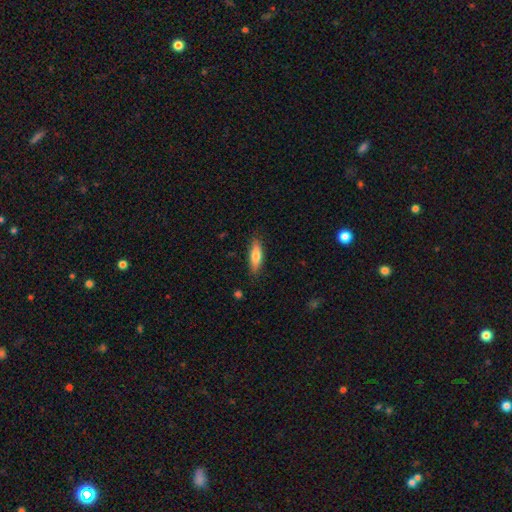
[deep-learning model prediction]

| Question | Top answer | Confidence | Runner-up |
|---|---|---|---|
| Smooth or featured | smooth | 73% | featured or disk (21%) |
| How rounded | cigar-shaped | 54% | in between (44%) |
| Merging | none | 85% | minor disturbance (12%) |